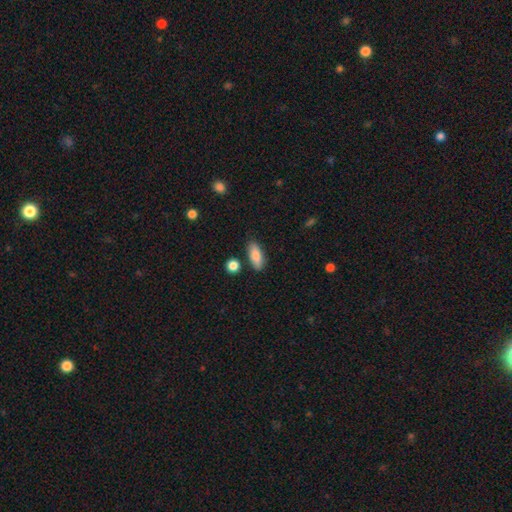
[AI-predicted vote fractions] Q: Smooth or featured?
A: smooth (84%); runner-up: featured or disk (9%)
Q: How rounded?
A: in between (75%); runner-up: cigar-shaped (22%)
Q: Merging?
A: none (83%); runner-up: minor disturbance (11%)